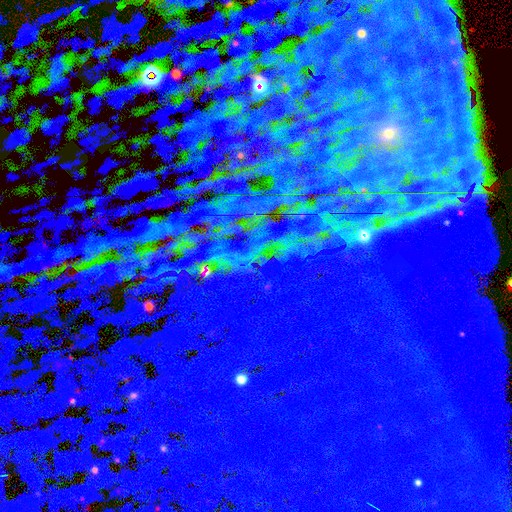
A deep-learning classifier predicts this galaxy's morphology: A star or artifact, not a galaxy (81%).